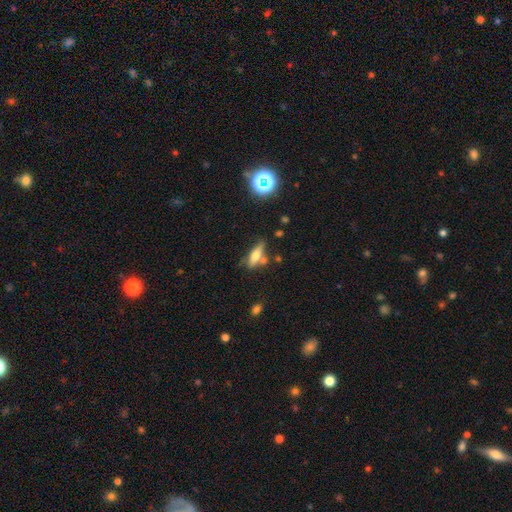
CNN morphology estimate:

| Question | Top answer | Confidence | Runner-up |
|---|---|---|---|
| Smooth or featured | smooth | 52% | featured or disk (37%) |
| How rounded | in between | 51% | cigar-shaped (45%) |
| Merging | none | 54% | minor disturbance (19%) |